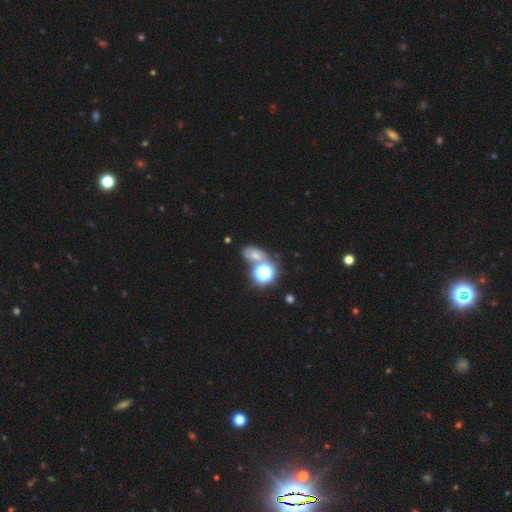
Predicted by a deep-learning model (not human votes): This is possibly a smooth galaxy (45%). Merging: possibly none (52%).